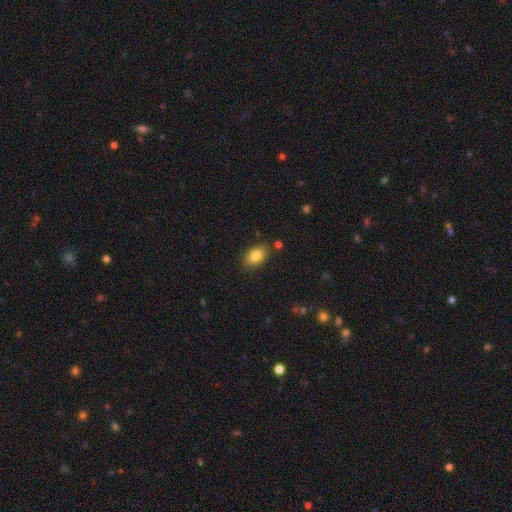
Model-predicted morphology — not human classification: type=smooth (82%); roundness=in between (84%); merging=none (82%).